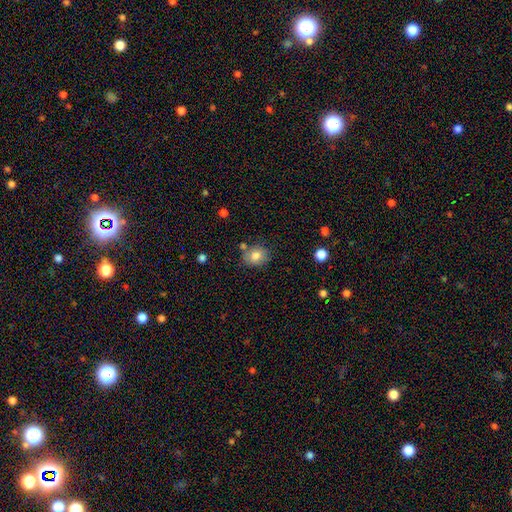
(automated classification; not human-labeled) Smooth or featured? Predicted: smooth (p=0.80). How rounded? Predicted: round (p=0.55). Merging? Predicted: none (p=0.74).